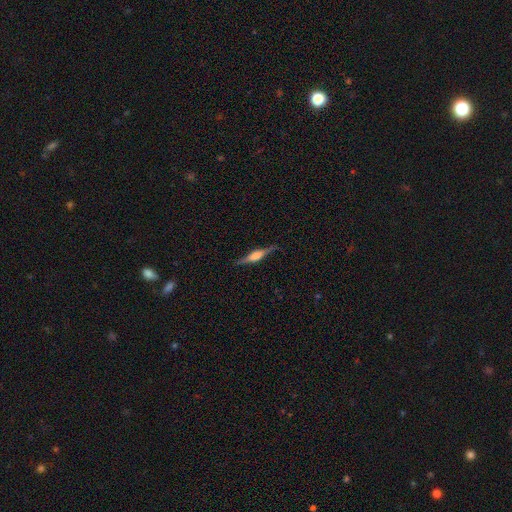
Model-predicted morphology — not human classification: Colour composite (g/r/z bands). It shows a featured or disk galaxy (75%) viewed edge-on (97%) with a rounded central bulge (77%). Merging: none (86%).